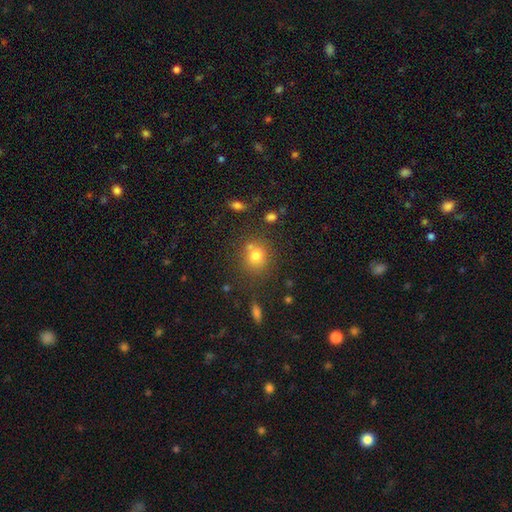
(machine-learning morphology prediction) smooth-or-featured: smooth: 74% | star or artifact: 15% | featured or disk: 11%
  how-rounded: round: 78% | in between: 21% | cigar-shaped: 1%
  merging: none: 65% | merger: 19% | minor disturbance: 12% | major disturbance: 4%